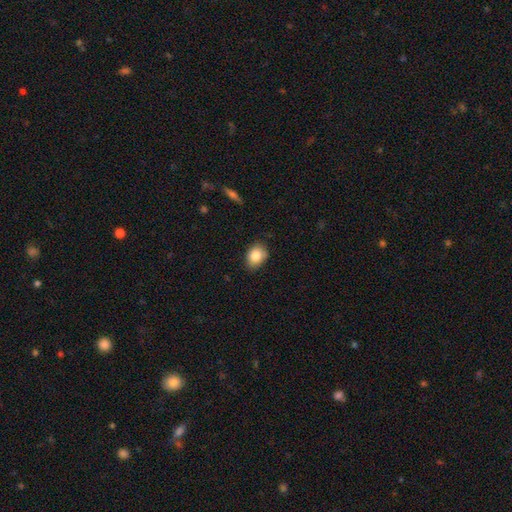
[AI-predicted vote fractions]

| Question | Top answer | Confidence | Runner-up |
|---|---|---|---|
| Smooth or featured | smooth | 83% | featured or disk (9%) |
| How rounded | in between | 72% | round (26%) |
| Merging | none | 80% | minor disturbance (17%) |